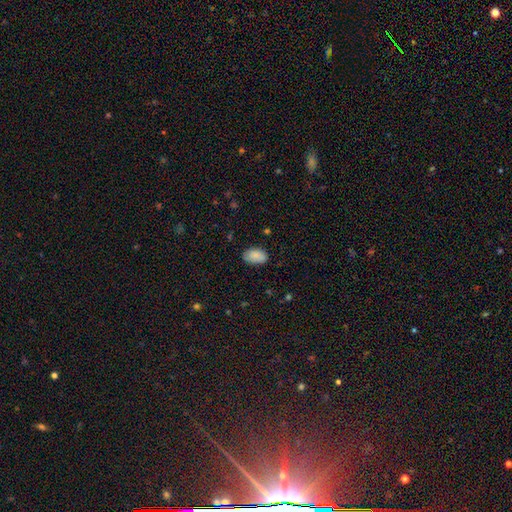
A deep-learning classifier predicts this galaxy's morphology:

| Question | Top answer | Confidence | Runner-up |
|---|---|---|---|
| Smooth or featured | smooth | 85% | featured or disk (7%) |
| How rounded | in between | 91% | round (7%) |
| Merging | none | 78% | minor disturbance (17%) |